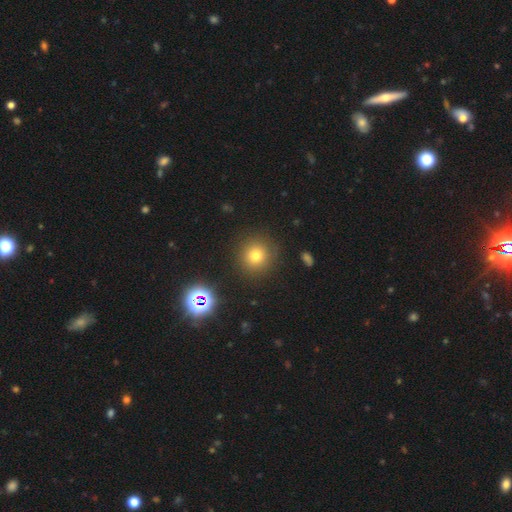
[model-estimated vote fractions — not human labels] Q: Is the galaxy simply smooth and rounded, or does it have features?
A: smooth — 74%.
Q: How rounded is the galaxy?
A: round — 93%.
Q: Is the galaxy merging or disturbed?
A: none — 89%.